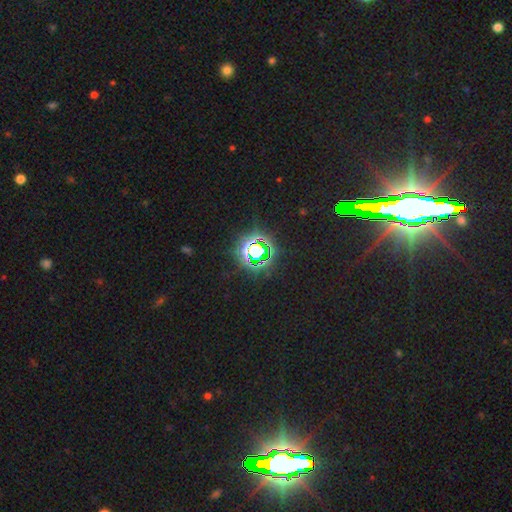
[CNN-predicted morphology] This appears to be a star or artifact, not a galaxy (76%).